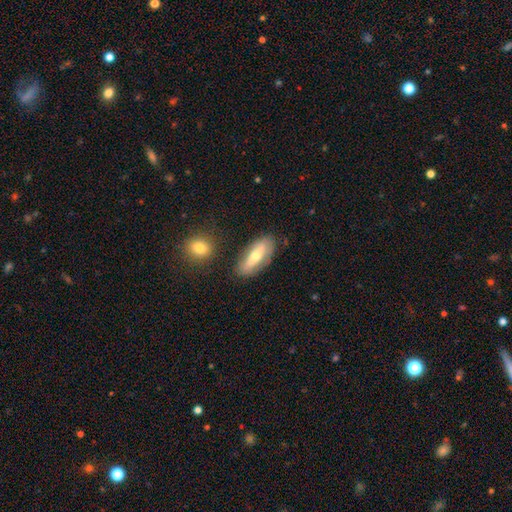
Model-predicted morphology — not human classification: smooth_or_featured: smooth (p=0.56) [alt: featured or disk p=0.38]
how_rounded: in between (p=0.71) [alt: cigar-shaped p=0.26]
merging: none (p=0.77) [alt: minor disturbance p=0.14]